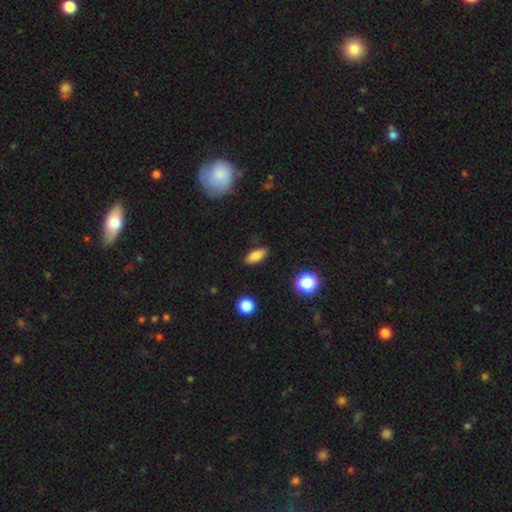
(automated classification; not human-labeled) Smooth or featured?
  - smooth: 82% *
  - star or artifact: 10%
  - featured or disk: 9%
How rounded?
  - in between: 80% *
  - cigar-shaped: 16%
  - round: 4%
Merging?
  - none: 87% *
  - minor disturbance: 9%
  - major disturbance: 2%
  - merger: 1%